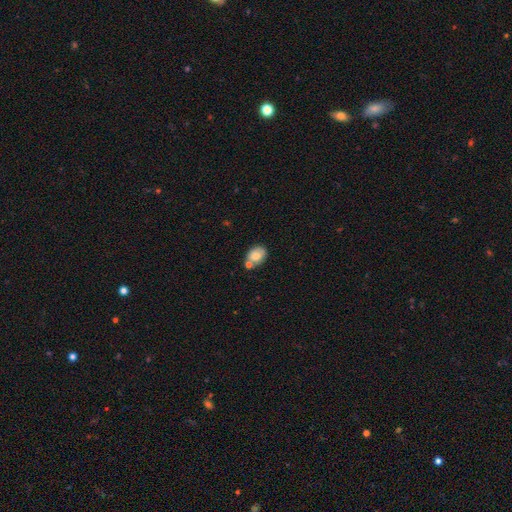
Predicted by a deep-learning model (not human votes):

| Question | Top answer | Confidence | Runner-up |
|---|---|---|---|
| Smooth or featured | smooth | 75% | featured or disk (16%) |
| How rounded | in between | 70% | round (29%) |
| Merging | none | 56% | merger (24%) |